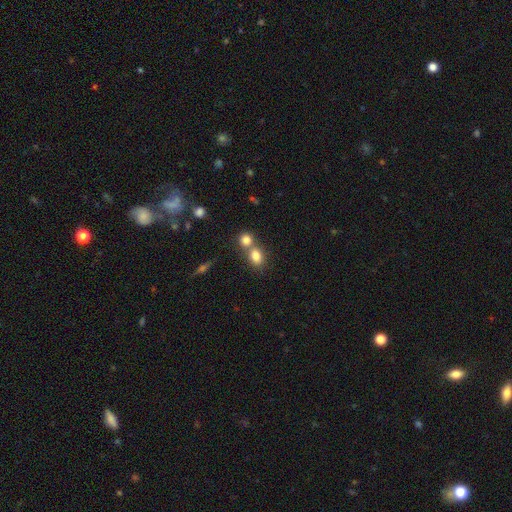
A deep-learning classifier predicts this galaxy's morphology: Smooth or featured? smooth (80%)
How rounded? in between (62%)
Merging? merger (46%)